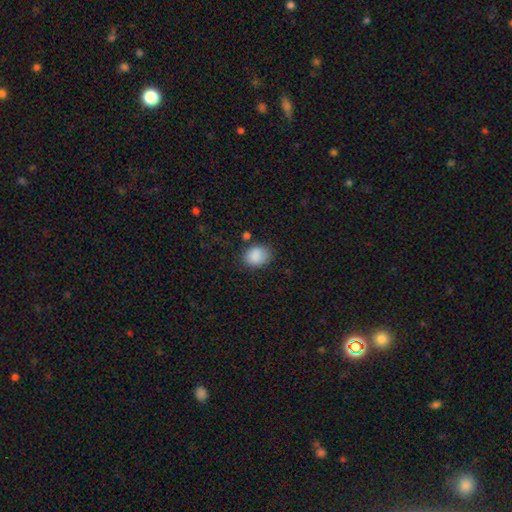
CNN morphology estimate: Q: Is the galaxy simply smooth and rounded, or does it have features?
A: smooth — 86%.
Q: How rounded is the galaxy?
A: in between — 51%.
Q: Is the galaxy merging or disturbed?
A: none — 69%.